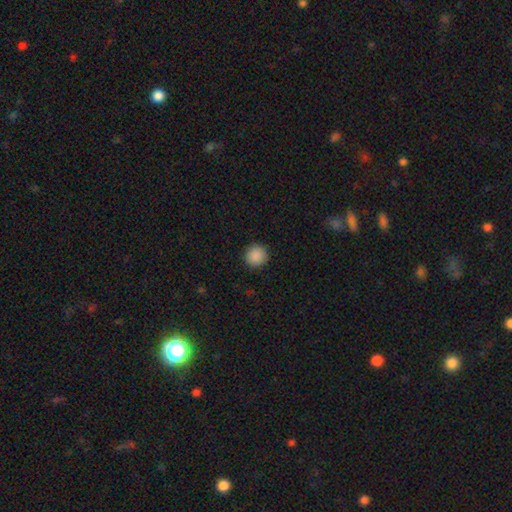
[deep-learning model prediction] Q: Smooth or featured?
A: smooth (89%); runner-up: star or artifact (9%)
Q: How rounded?
A: round (94%); runner-up: in between (5%)
Q: Merging?
A: none (92%); runner-up: minor disturbance (6%)